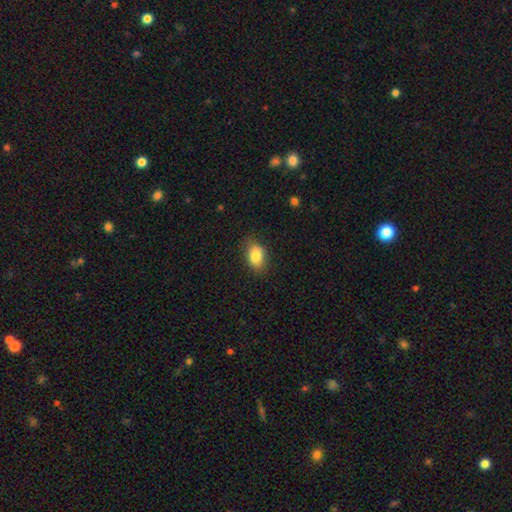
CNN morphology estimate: A smooth galaxy with no disk features (83%) that is in between round and cigar-shaped (82%). Merging: none (80%).